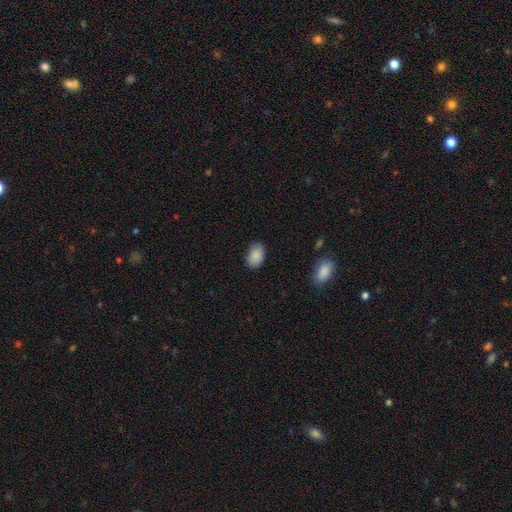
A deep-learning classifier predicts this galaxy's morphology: Smooth or featured? Predicted: smooth (p=0.88). How rounded? Predicted: in between (p=0.90). Merging? Predicted: none (p=0.83).